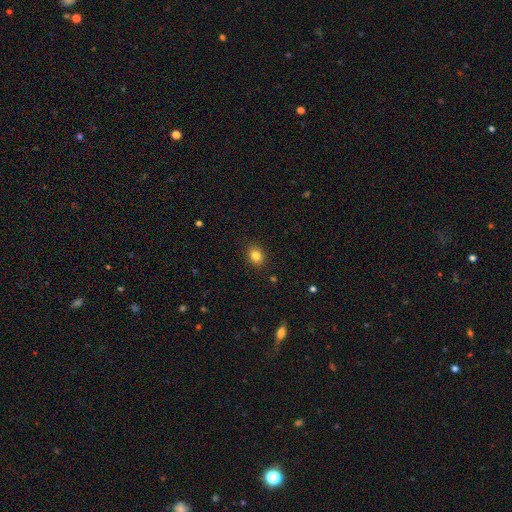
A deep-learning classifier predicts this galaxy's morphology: smooth 83%, star or artifact 11%, featured or disk 6%. Down the decision tree: how rounded — round (51%); merging — none (89%).